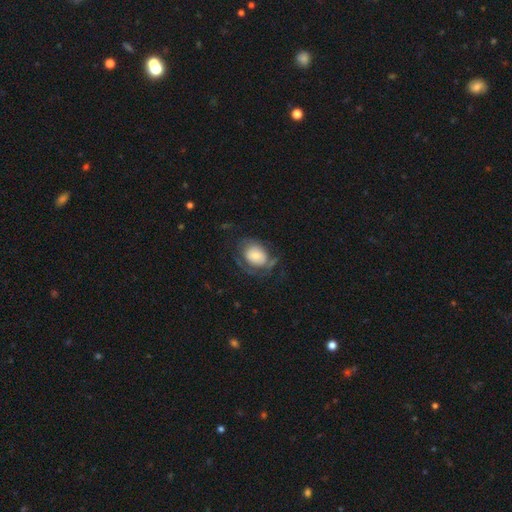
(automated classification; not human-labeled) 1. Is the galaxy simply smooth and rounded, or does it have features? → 53% smooth, 39% featured or disk, 8% star or artifact.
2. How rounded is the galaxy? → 63% in between, 36% round, 1% cigar-shaped.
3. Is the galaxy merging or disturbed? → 48% none, 26% major disturbance, 24% minor disturbance, 2% merger.